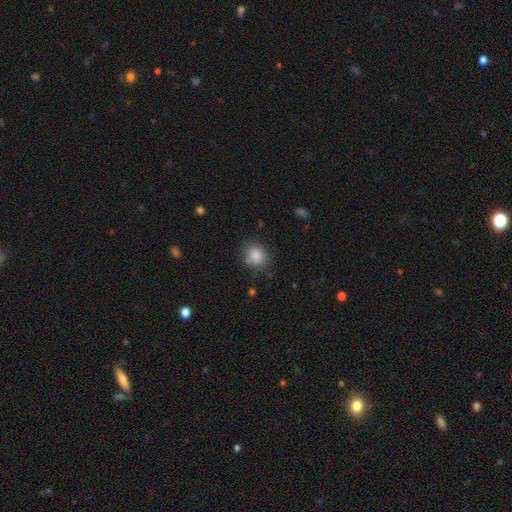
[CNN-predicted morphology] Smooth or featured?
  - smooth: 85% *
  - star or artifact: 10%
  - featured or disk: 5%
How rounded?
  - round: 67% *
  - in between: 32%
  - cigar-shaped: 1%
Merging?
  - none: 78% *
  - minor disturbance: 13%
  - major disturbance: 4%
  - merger: 4%